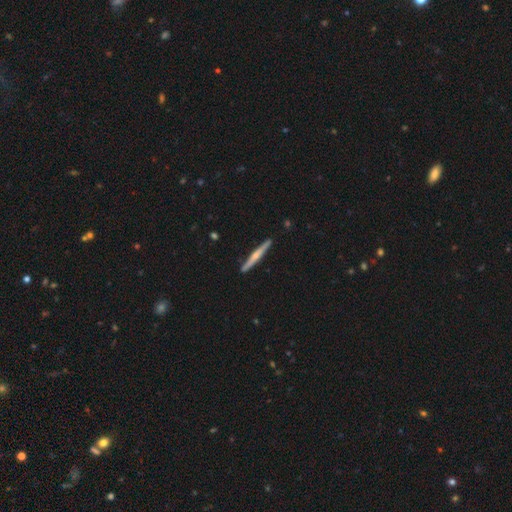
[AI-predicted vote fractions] This appears to be a featured or disk galaxy (60%) viewed edge-on (97%) with a rounded central bulge (74%). Merging: none (89%).